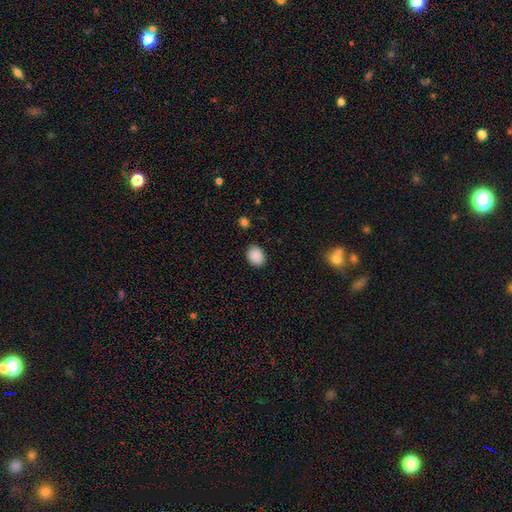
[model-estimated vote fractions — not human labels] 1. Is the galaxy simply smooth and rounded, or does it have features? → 89% smooth, 8% star or artifact, 3% featured or disk.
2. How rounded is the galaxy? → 56% in between, 43% round, 1% cigar-shaped.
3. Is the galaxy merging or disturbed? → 87% none, 9% minor disturbance, 2% major disturbance, 1% merger.